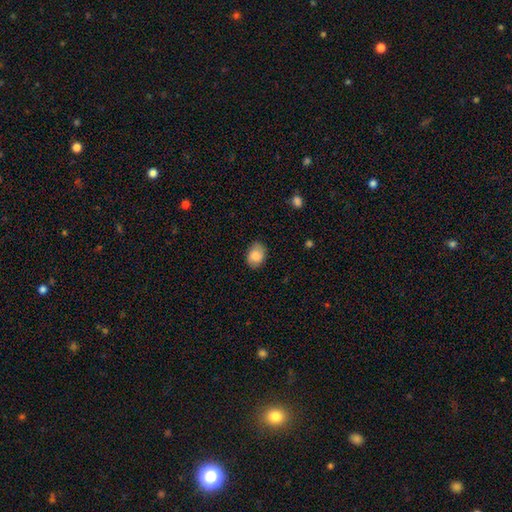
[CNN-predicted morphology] Q: Smooth or featured?
A: smooth (80%); runner-up: featured or disk (12%)
Q: How rounded?
A: in between (73%); runner-up: round (26%)
Q: Merging?
A: none (81%); runner-up: minor disturbance (15%)